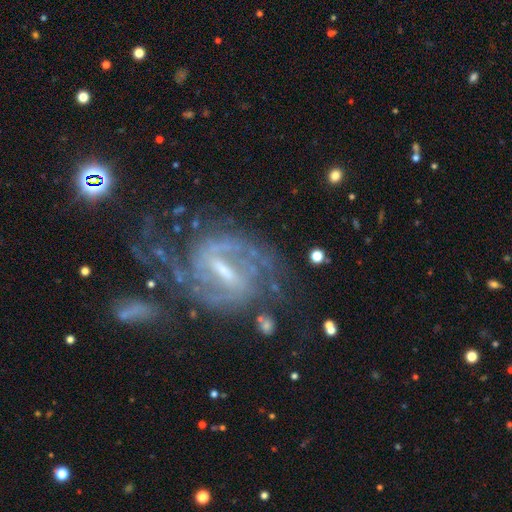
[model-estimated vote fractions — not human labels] smooth_or_featured: featured or disk (p=0.88) [alt: star or artifact p=0.07]
disk_edge_on: no (p=0.96) [alt: yes p=0.04]
bar: strong (p=0.55) [alt: weak p=0.38]
has_spiral_arms: yes (p=0.96) [alt: no p=0.04]
spiral_winding: medium (p=0.50) [alt: tight p=0.35]
spiral_arm_count: 2 (p=0.74) [alt: can't tell p=0.11]
bulge_size: small (p=0.50) [alt: moderate p=0.31]
merging: none (p=0.60) [alt: minor disturbance p=0.18]